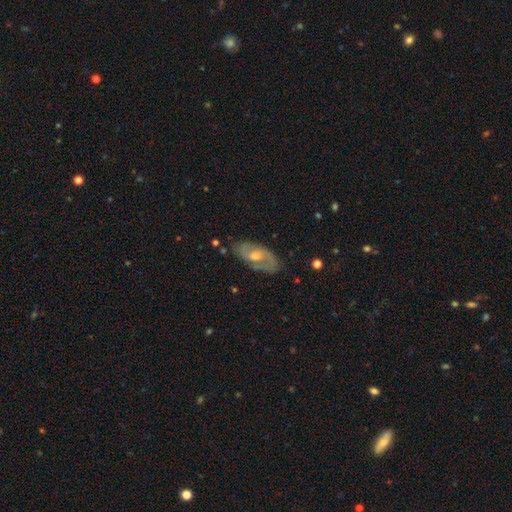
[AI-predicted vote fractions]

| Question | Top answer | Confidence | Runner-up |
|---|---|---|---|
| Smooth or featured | featured or disk | 71% | smooth (22%) |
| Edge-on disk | no | 90% | yes (10%) |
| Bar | no | 52% | weak (39%) |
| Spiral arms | yes | 82% | no (18%) |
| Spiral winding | medium | 44% | tight (36%) |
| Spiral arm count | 2 | 72% | can't tell (18%) |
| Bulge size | moderate | 69% | small (24%) |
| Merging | none | 78% | minor disturbance (16%) |